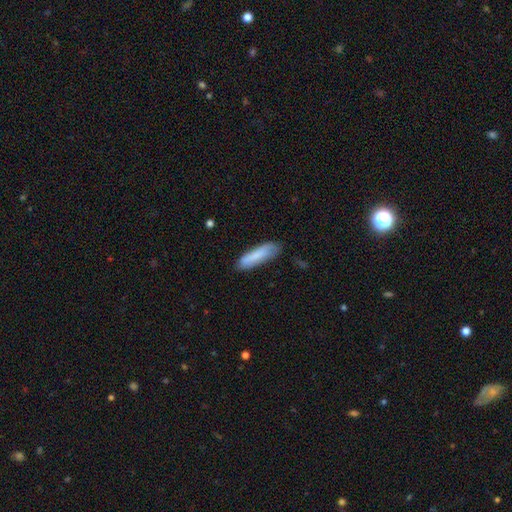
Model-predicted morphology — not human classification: smooth_or_featured: smooth (p=0.80) [alt: featured or disk p=0.14]
how_rounded: cigar-shaped (p=0.67) [alt: in between p=0.32]
merging: none (p=0.78) [alt: minor disturbance p=0.17]